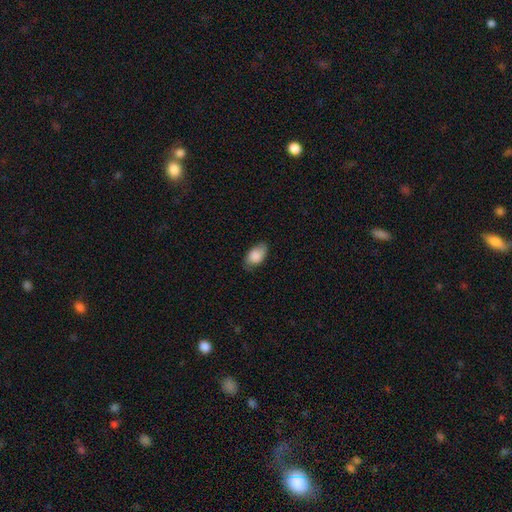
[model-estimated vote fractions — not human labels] Smooth or featured? Predicted: smooth (p=0.83). How rounded? Predicted: in between (p=0.91). Merging? Predicted: none (p=0.70).